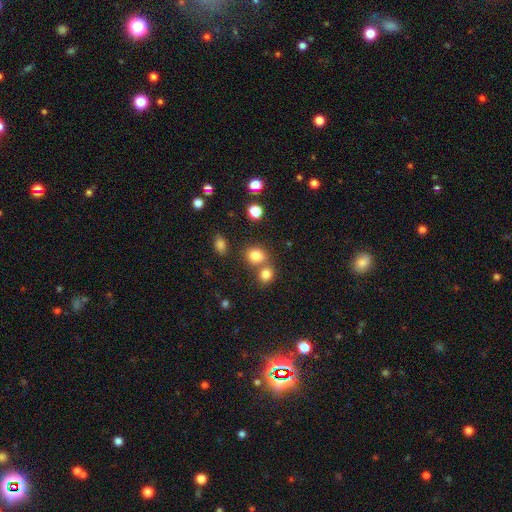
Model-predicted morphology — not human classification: Q: Smooth or featured?
A: smooth (80%); runner-up: star or artifact (13%)
Q: How rounded?
A: round (66%); runner-up: in between (33%)
Q: Merging?
A: none (56%); runner-up: merger (31%)